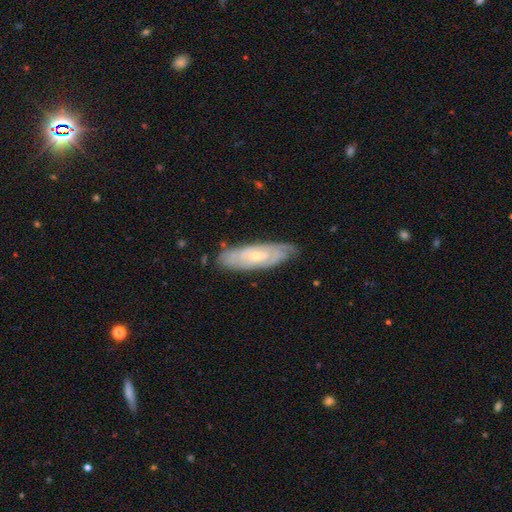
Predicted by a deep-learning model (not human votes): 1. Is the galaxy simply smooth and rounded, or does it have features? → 76% featured or disk, 18% smooth, 6% star or artifact.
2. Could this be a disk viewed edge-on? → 80% no, 20% yes.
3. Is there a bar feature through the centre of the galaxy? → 60% no, 32% weak, 8% strong.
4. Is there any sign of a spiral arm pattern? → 87% yes, 13% no.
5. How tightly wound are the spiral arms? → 71% tight, 23% medium, 6% loose.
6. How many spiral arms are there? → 54% can't tell, 24% 2, 10% 3, 5% 4, 4% 1, 3% more than 4.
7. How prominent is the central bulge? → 56% small, 41% moderate, 1% large, 1% none, 1% dominant.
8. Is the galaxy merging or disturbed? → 75% none, 19% minor disturbance, 4% major disturbance, 2% merger.